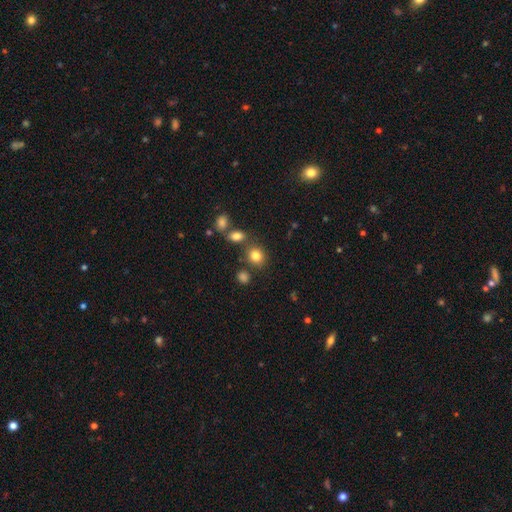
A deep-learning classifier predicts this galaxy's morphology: smooth 82%, star or artifact 12%, featured or disk 6%. Down the decision tree: how rounded — round (70%); merging — none (74%).